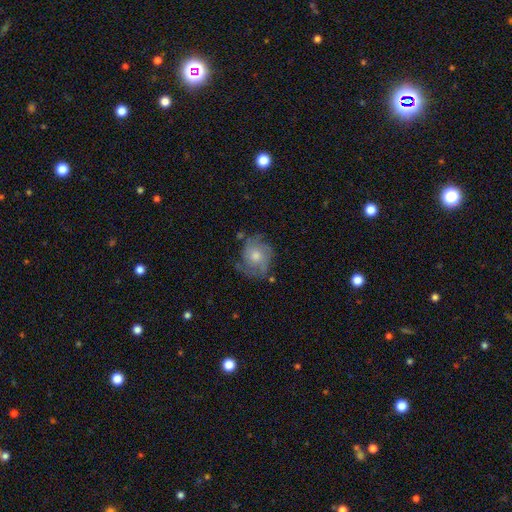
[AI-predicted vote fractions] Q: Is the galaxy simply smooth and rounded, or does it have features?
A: featured or disk — 60%.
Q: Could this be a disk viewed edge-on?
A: no — 97%.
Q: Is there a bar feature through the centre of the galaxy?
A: no — 80%.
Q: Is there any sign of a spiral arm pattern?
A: yes — 81%.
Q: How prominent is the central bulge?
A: moderate — 61%.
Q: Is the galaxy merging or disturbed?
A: none — 65%.